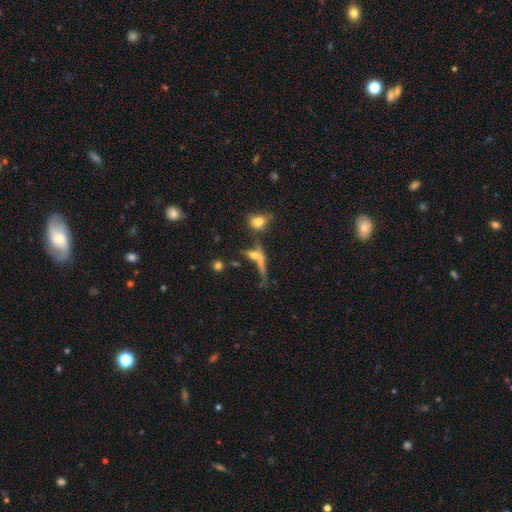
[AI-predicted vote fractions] Smooth or featured? Predicted: featured or disk (p=0.46). Merging? Predicted: none (p=0.39).